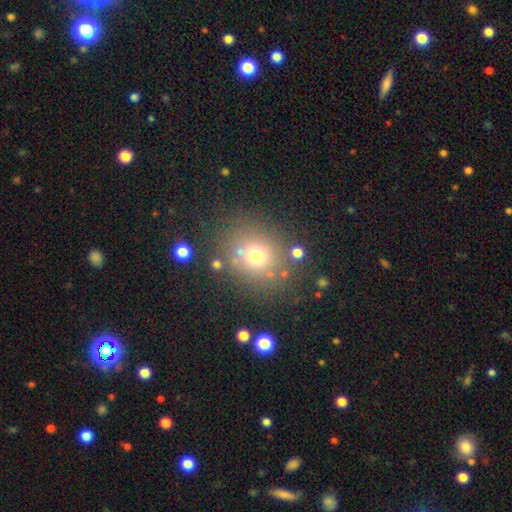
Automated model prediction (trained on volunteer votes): Smooth or featured? Predicted: smooth (p=0.68). How rounded? Predicted: round (p=0.79). Merging? Predicted: none (p=0.76).